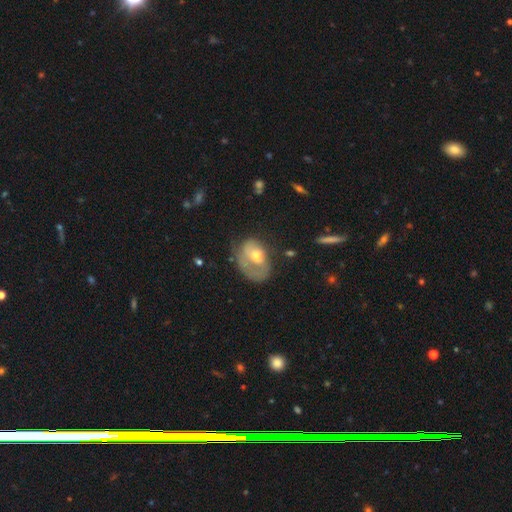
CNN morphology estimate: smooth_or_featured: featured or disk (p=0.50) [alt: smooth p=0.43]
merging: major disturbance (p=0.35) [alt: none p=0.33]